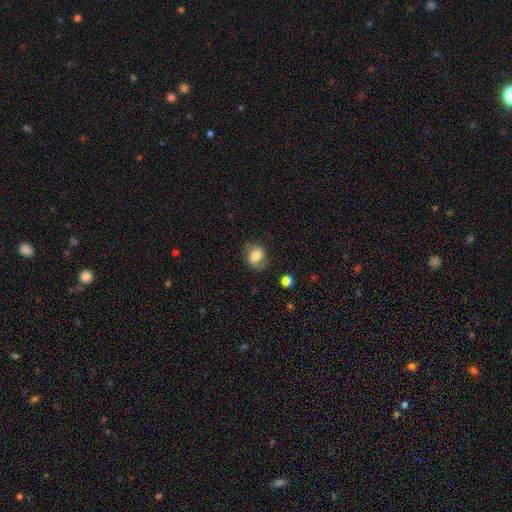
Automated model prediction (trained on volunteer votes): This appears to be a smooth galaxy with no disk features (65%) that is in between round and cigar-shaped (54%). Merging: none (66%).